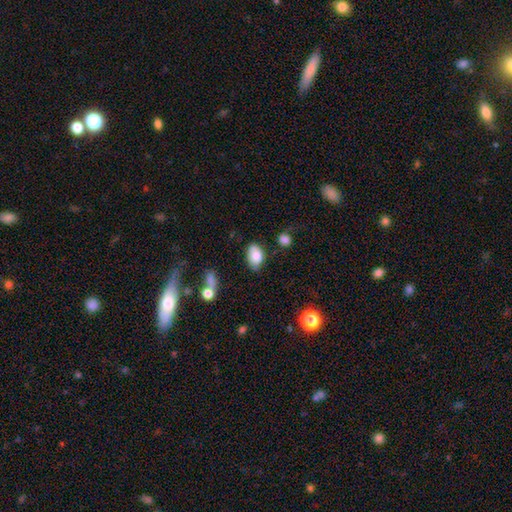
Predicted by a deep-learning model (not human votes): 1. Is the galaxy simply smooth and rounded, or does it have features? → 81% smooth, 11% featured or disk, 8% star or artifact.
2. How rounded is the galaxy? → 90% in between, 9% round, 1% cigar-shaped.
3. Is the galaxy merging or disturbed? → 68% none, 22% minor disturbance, 5% major disturbance, 5% merger.